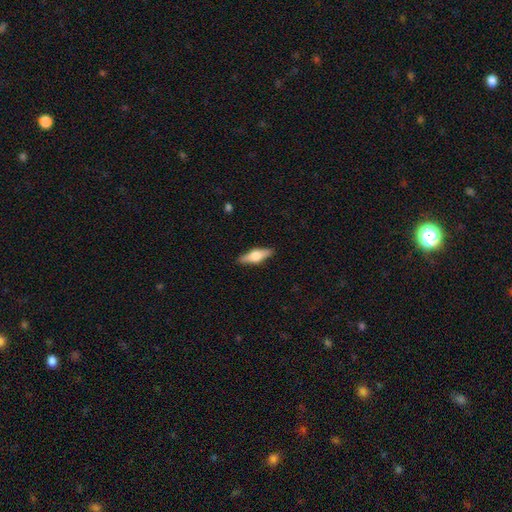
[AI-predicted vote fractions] A featured or disk galaxy (50%).

Vote fractions:
- Smooth or featured? featured or disk: 50% / smooth: 44% / star or artifact: 6%
- Merging? none: 89% / minor disturbance: 8% / major disturbance: 2% / merger: 1%